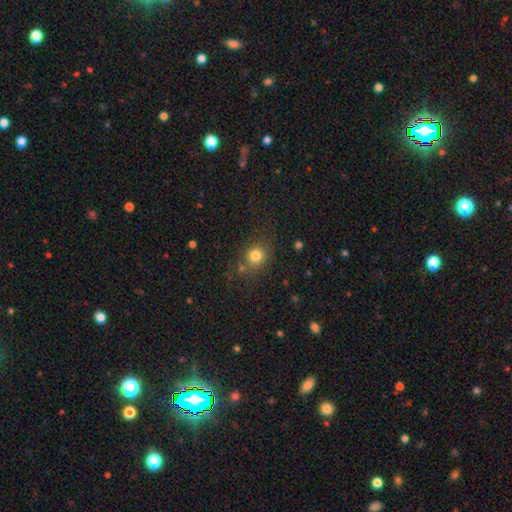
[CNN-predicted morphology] Q: Smooth or featured?
A: smooth (79%); runner-up: star or artifact (14%)
Q: How rounded?
A: round (82%); runner-up: in between (17%)
Q: Merging?
A: none (74%); runner-up: minor disturbance (13%)